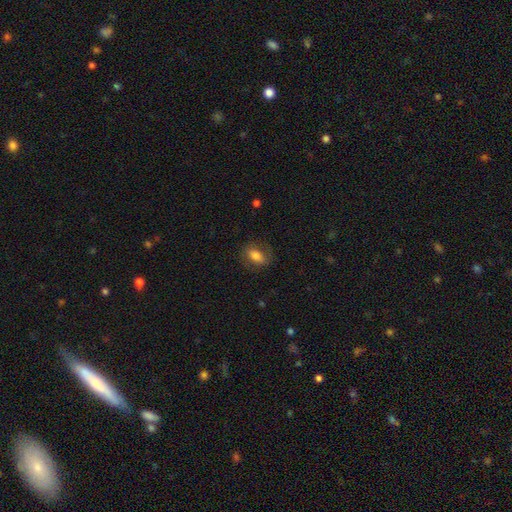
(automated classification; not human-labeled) This appears to be a smooth galaxy with no disk features (74%) that is in between round and cigar-shaped (83%). Merging: none (75%).